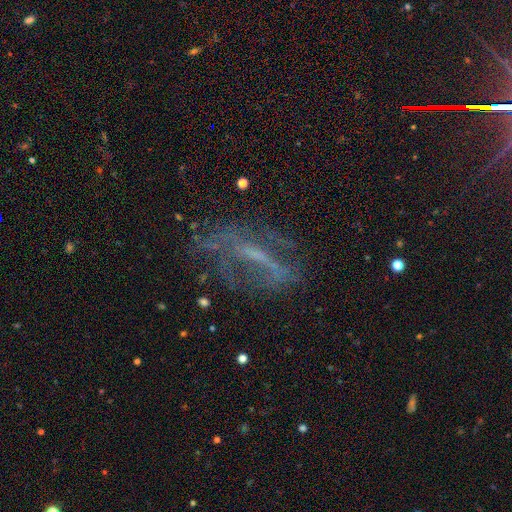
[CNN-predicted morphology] This appears to be a featured or disk galaxy (57%). Merging: none (51%).